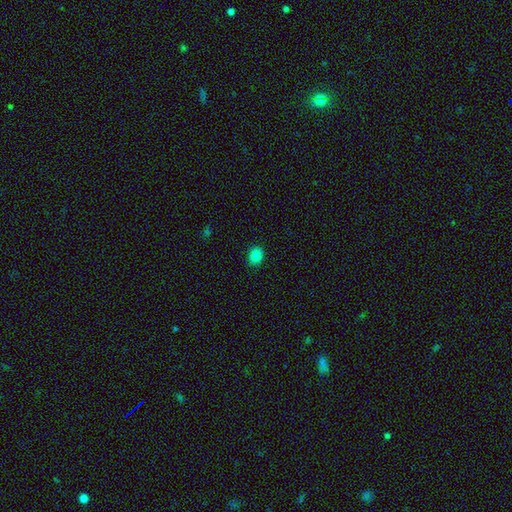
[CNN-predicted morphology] A smooth galaxy with no disk features (84%) that is round (55%).

Vote fractions:
- Smooth or featured? smooth: 84% / star or artifact: 11% / featured or disk: 4%
- How rounded? round: 55% / in between: 44% / cigar-shaped: 1%
- Merging? none: 89% / minor disturbance: 8% / major disturbance: 2% / merger: 1%